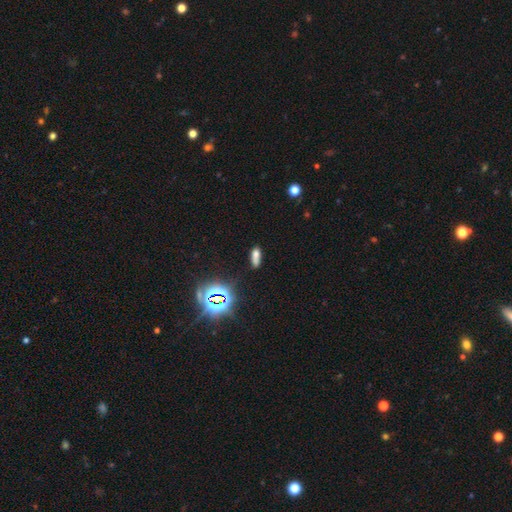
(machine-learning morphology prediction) smooth_or_featured: smooth (p=0.64) [alt: star or artifact p=0.22]
how_rounded: in between (p=0.67) [alt: cigar-shaped p=0.25]
merging: none (p=0.46) [alt: merger p=0.24]